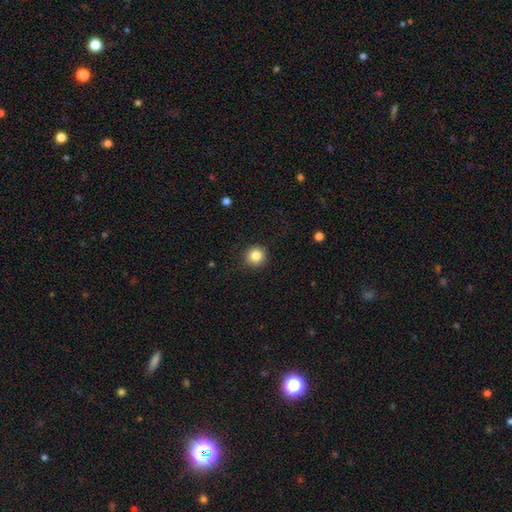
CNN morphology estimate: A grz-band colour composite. It shows a smooth galaxy with no disk features (84%) that is round (94%). Merging: none (91%).